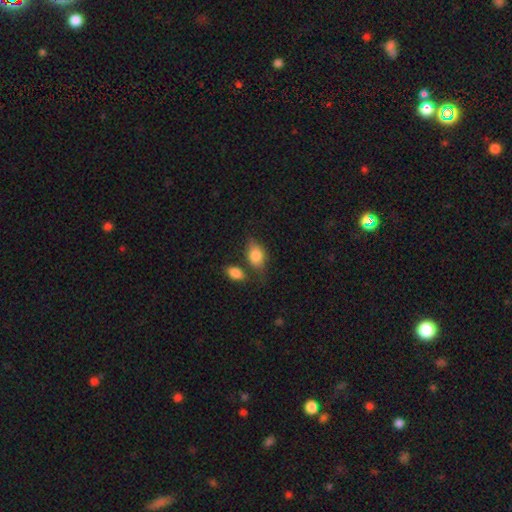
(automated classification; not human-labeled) This is clearly a smooth galaxy (82%). How rounded: clearly in between (85%). Merging: possibly none (51%).